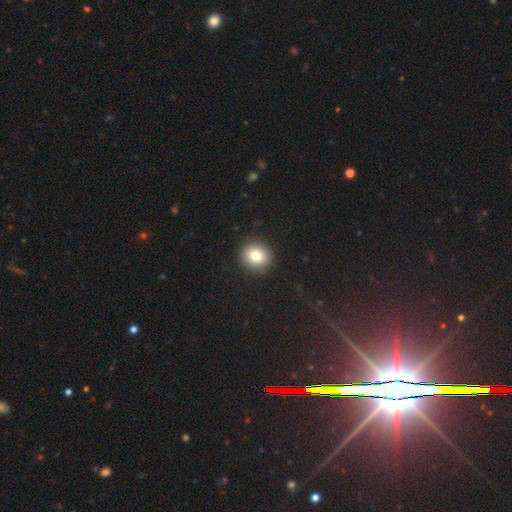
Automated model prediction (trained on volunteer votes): Smooth or featured? smooth (80%)
How rounded? round (90%)
Merging? none (91%)